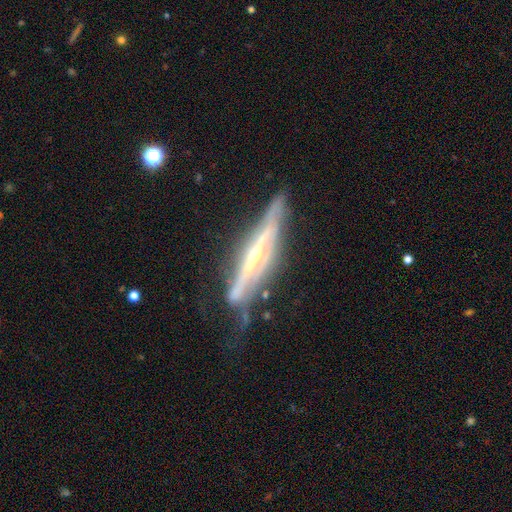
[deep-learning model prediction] Q: Smooth or featured?
A: featured or disk (84%); runner-up: smooth (10%)
Q: Edge-on disk?
A: yes (92%); runner-up: no (8%)
Q: Edge-on bulge?
A: rounded (68%); runner-up: none (22%)
Q: Merging?
A: none (60%); runner-up: minor disturbance (26%)